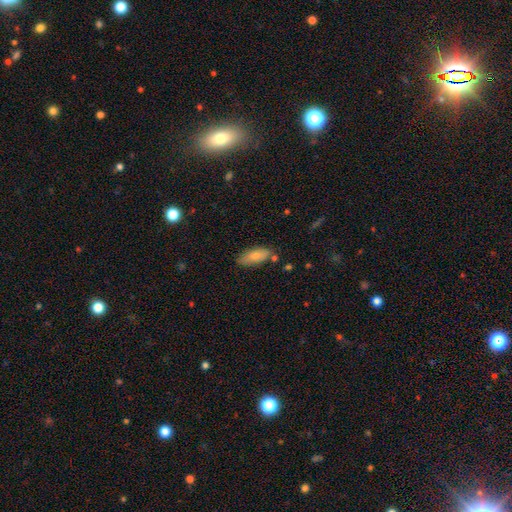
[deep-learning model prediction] Morphology: type=smooth (77%); roundness=in between (76%); merging=none (76%).